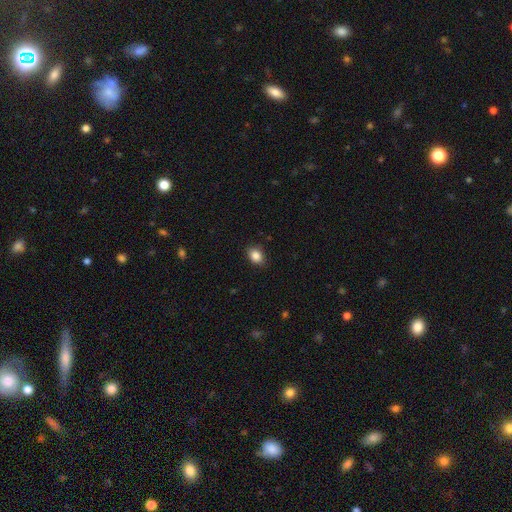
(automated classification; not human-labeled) A smooth galaxy with no disk features (87%) that is in between round and cigar-shaped (65%).

Vote fractions:
- Smooth or featured? smooth: 87% / star or artifact: 9% / featured or disk: 4%
- How rounded? in between: 65% / round: 34% / cigar-shaped: 1%
- Merging? none: 87% / minor disturbance: 10% / major disturbance: 2% / merger: 1%